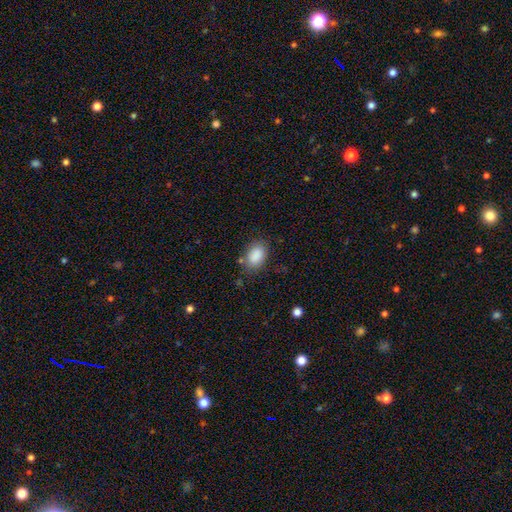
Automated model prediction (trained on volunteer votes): Smooth or featured? Predicted: smooth (p=0.88). How rounded? Predicted: in between (p=0.88). Merging? Predicted: none (p=0.76).